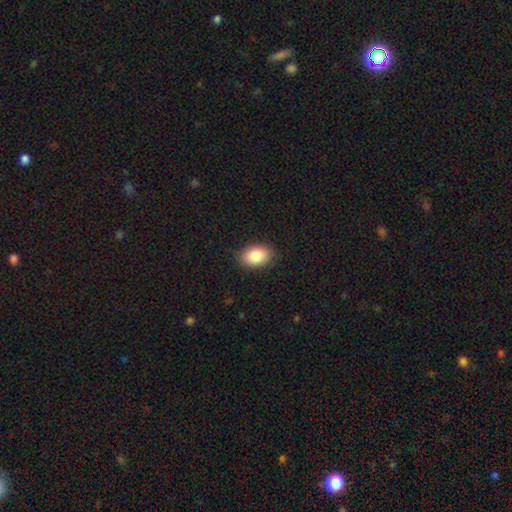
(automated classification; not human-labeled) Smooth or featured? smooth (85%)
How rounded? in between (85%)
Merging? none (87%)